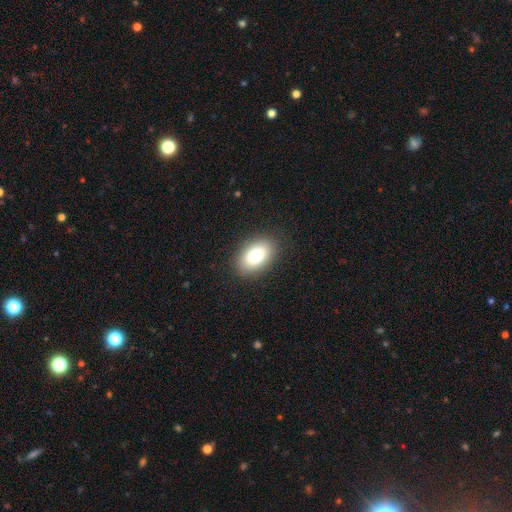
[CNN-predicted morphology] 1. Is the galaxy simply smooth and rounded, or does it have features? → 79% smooth, 12% featured or disk, 9% star or artifact.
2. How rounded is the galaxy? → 89% in between, 10% round, 1% cigar-shaped.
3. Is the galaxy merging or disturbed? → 87% none, 9% minor disturbance, 3% major disturbance, 1% merger.